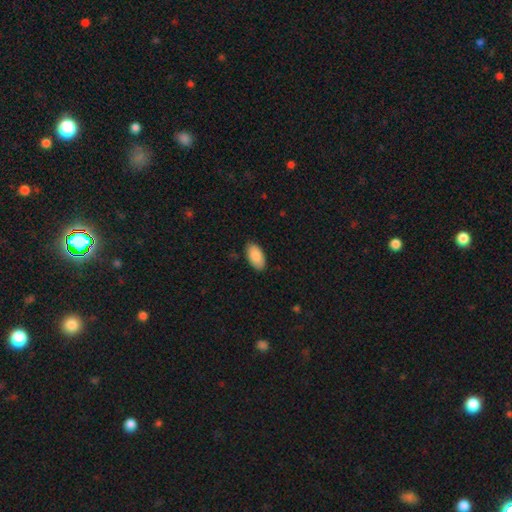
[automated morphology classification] This is clearly a smooth galaxy (89%). How rounded: clearly in between (96%). Merging: clearly none (88%).